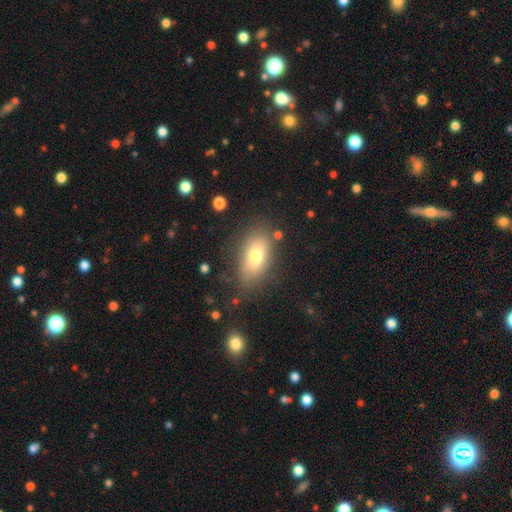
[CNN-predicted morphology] Overall: smooth (73%). How rounded: in between (88%). Merging: none (74%).